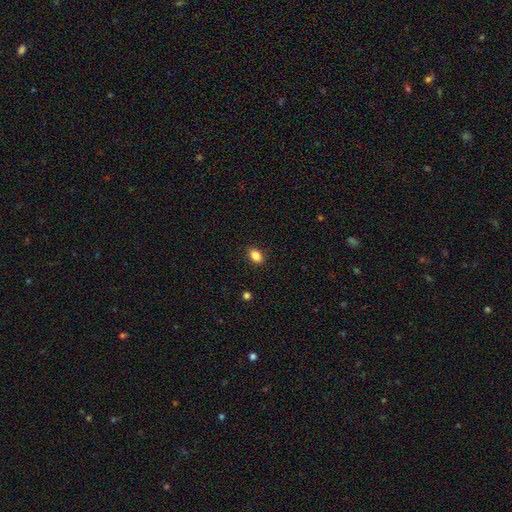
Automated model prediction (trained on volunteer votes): The model was most divided on "how rounded": in between: 84%, round: 14%, cigar-shaped: 2%. More confident: merging — none (88%); smooth or featured — smooth (87%).